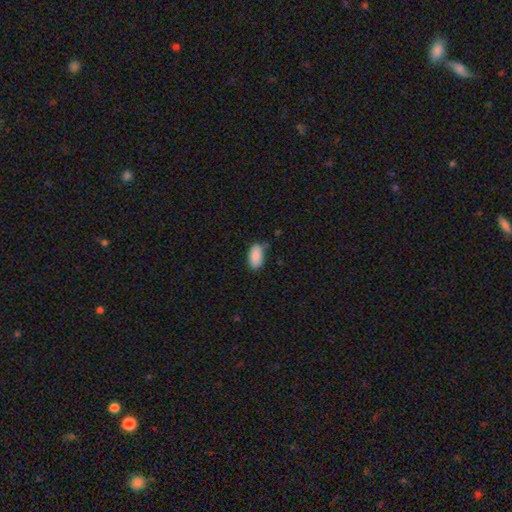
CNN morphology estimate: Smooth or featured? smooth (89%)
How rounded? in between (93%)
Merging? none (72%)